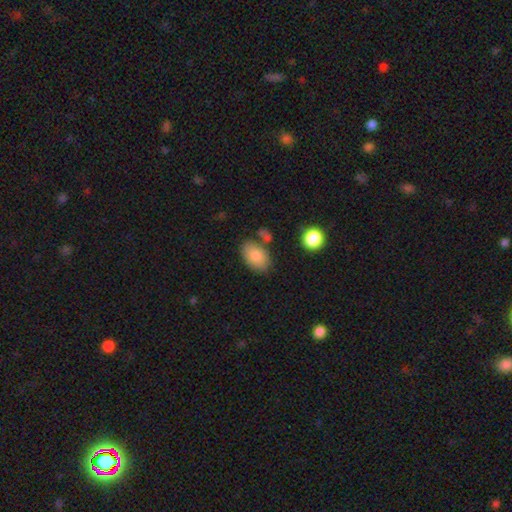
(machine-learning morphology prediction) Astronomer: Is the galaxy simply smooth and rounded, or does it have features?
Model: smooth — 83%.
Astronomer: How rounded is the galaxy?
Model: in between — 88%.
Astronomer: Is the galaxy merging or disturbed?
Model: none — 70%.